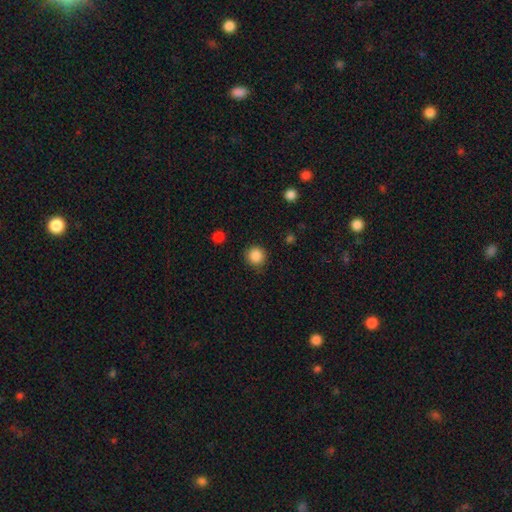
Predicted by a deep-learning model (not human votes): The model was most divided on "smooth or featured": smooth: 87%, star or artifact: 10%, featured or disk: 3%. More confident: how rounded — round (94%); merging — none (89%).